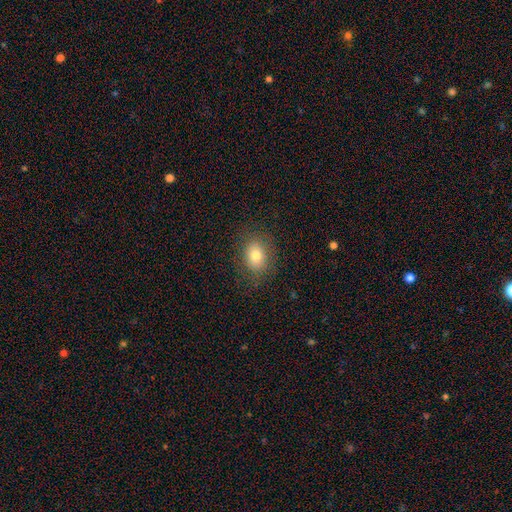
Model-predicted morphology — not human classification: This appears to be a smooth galaxy with no disk features (78%) that is in between round and cigar-shaped (57%). Merging: none (83%).